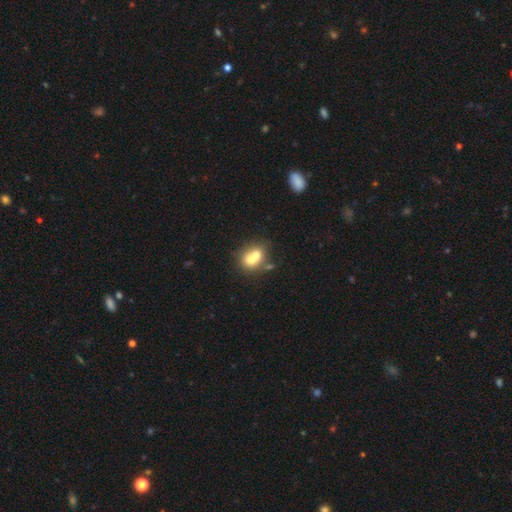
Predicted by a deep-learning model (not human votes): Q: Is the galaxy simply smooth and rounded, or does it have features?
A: smooth — 65%.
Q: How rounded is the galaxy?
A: round — 56%.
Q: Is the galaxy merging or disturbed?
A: merger — 62%.